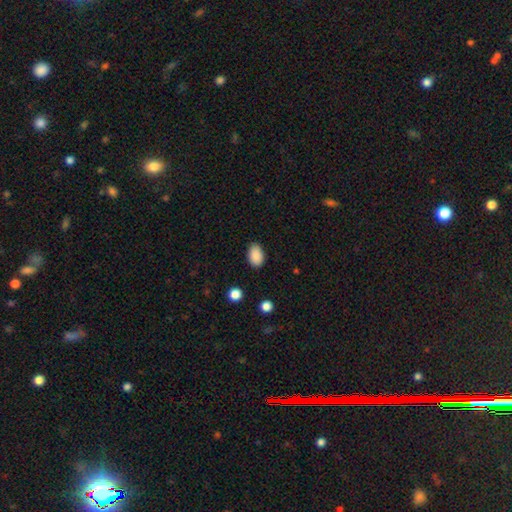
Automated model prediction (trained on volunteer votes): A smooth galaxy with no disk features (89%) that is in between round and cigar-shaped (89%).

Vote fractions:
- Smooth or featured? smooth: 89% / star or artifact: 8% / featured or disk: 4%
- How rounded? in between: 89% / round: 10% / cigar-shaped: 1%
- Merging? none: 85% / minor disturbance: 11% / major disturbance: 2% / merger: 1%